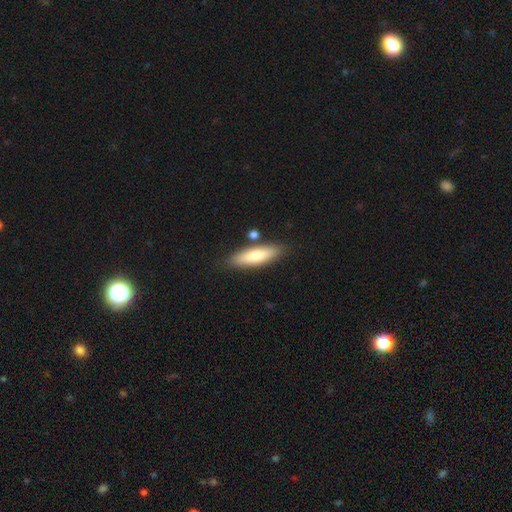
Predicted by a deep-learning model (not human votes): This appears to be a smooth galaxy with no disk features (73%) that is cigar-shaped (57%). Merging: none (80%).